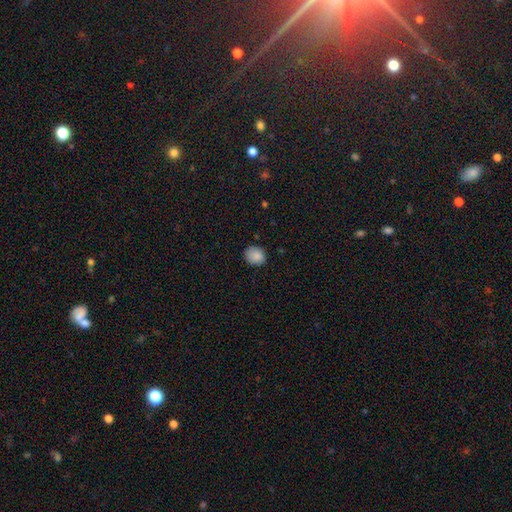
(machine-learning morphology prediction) Smooth or featured?
  - smooth: 88% *
  - star or artifact: 9%
  - featured or disk: 4%
How rounded?
  - round: 64% *
  - in between: 35%
  - cigar-shaped: 1%
Merging?
  - none: 82% *
  - minor disturbance: 15%
  - major disturbance: 2%
  - merger: 1%